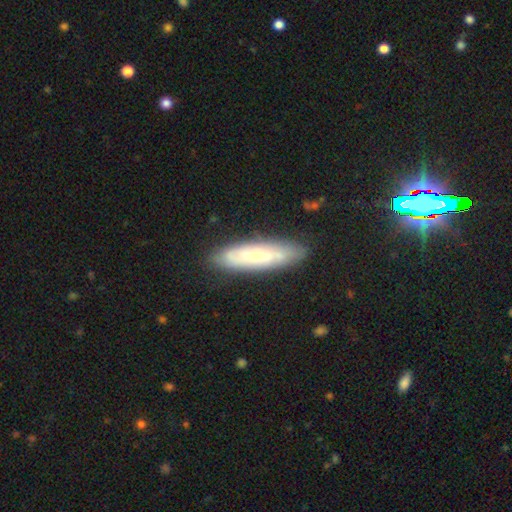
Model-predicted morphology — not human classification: The model was most divided on "smooth or featured": featured or disk: 50%, smooth: 43%, star or artifact: 7%. More confident: merging — none (81%).